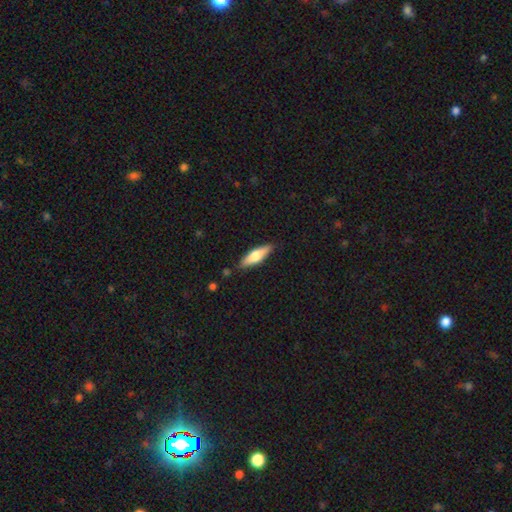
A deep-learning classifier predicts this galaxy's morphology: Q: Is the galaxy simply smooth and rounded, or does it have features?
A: smooth — 59%.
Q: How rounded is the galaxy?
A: cigar-shaped — 57%.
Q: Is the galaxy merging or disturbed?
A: none — 86%.